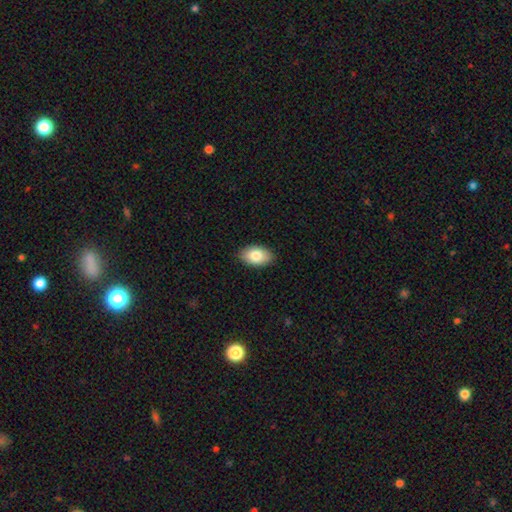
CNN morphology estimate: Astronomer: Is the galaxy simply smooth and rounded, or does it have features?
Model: smooth — 82%.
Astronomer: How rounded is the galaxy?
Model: in between — 92%.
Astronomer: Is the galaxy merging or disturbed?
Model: none — 89%.